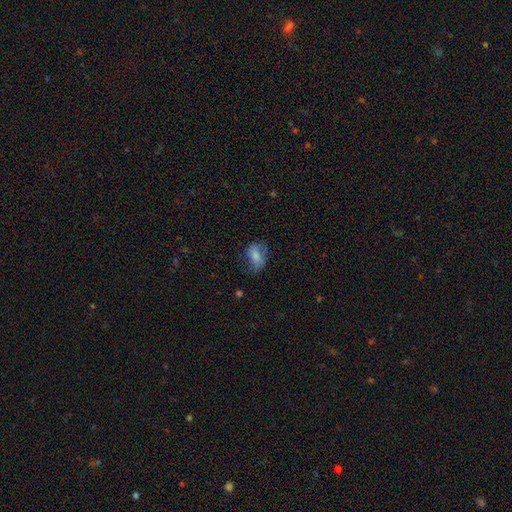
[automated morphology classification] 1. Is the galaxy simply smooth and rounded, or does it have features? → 69% smooth, 22% featured or disk, 9% star or artifact.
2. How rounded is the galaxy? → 84% in between, 14% round, 2% cigar-shaped.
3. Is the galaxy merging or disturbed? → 54% none, 28% minor disturbance, 16% major disturbance, 2% merger.